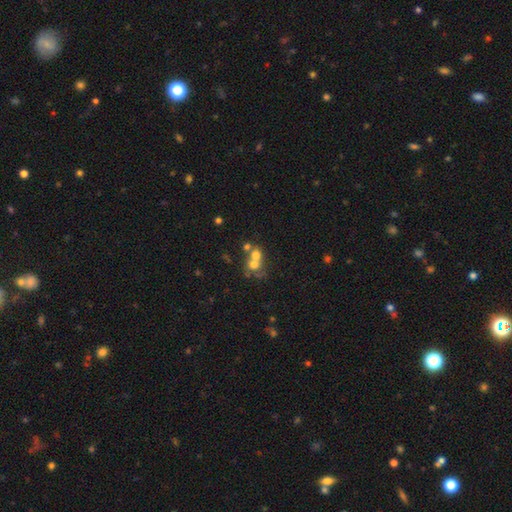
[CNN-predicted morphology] smooth 61%, featured or disk 23%, star or artifact 16%. Down the decision tree: how rounded — round (74%); merging — merger (59%).